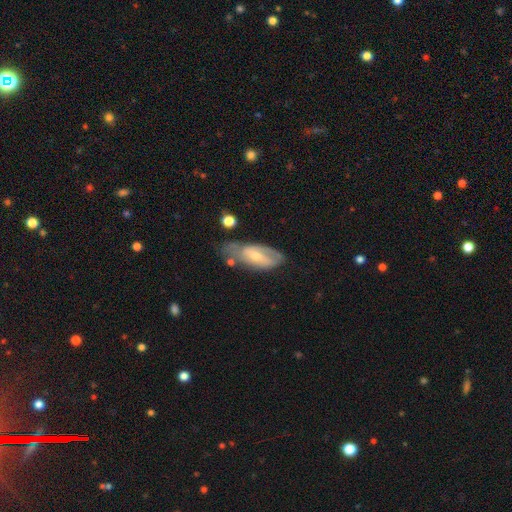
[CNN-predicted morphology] Q: Smooth or featured?
A: featured or disk (60%); runner-up: smooth (34%)
Q: Edge-on disk?
A: no (87%); runner-up: yes (13%)
Q: Bar?
A: weak (42%); runner-up: no (34%)
Q: Spiral arms?
A: yes (70%); runner-up: no (30%)
Q: Bulge size?
A: small (57%); runner-up: moderate (37%)
Q: Merging?
A: none (48%); runner-up: minor disturbance (30%)